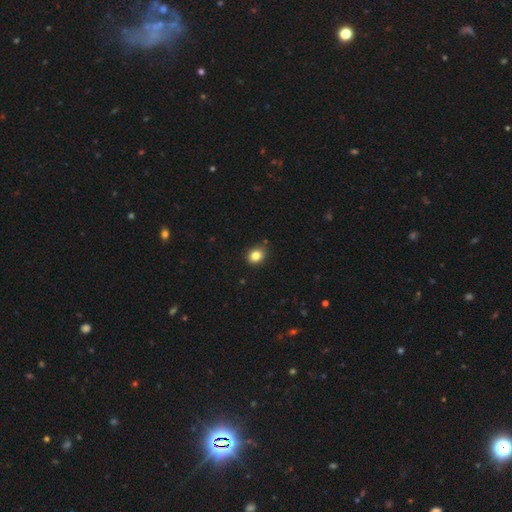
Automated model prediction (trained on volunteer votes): A smooth galaxy with no disk features (84%) that is round (53%). Merging: none (84%).